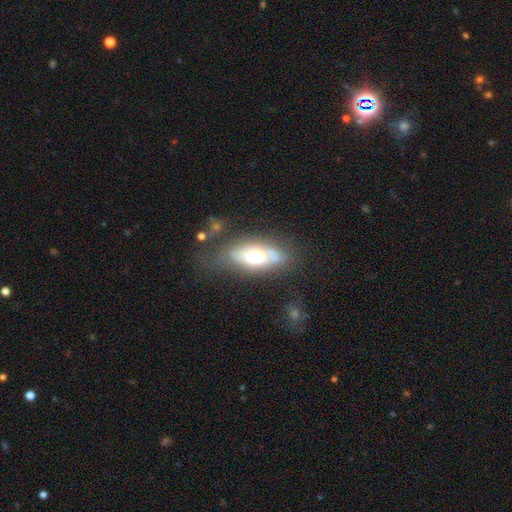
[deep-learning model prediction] A featured or disk galaxy (52%).

Vote fractions:
- Smooth or featured? featured or disk: 52% / smooth: 41% / star or artifact: 7%
- Edge-on disk? no: 75% / yes: 25%
- Merging? none: 56% / minor disturbance: 25% / major disturbance: 13% / merger: 6%